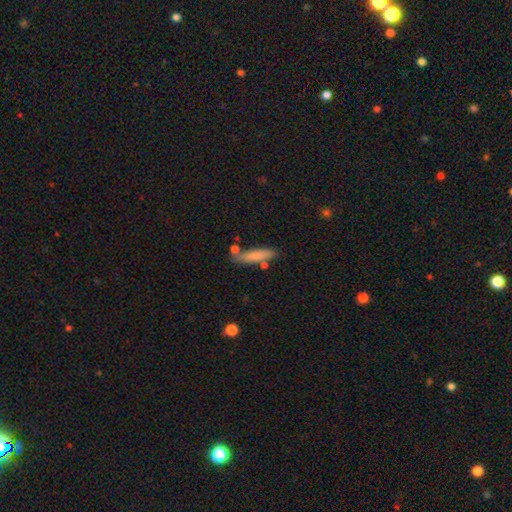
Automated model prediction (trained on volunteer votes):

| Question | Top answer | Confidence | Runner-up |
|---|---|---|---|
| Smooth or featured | smooth | 76% | featured or disk (18%) |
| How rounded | cigar-shaped | 77% | in between (21%) |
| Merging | none | 73% | minor disturbance (14%) |